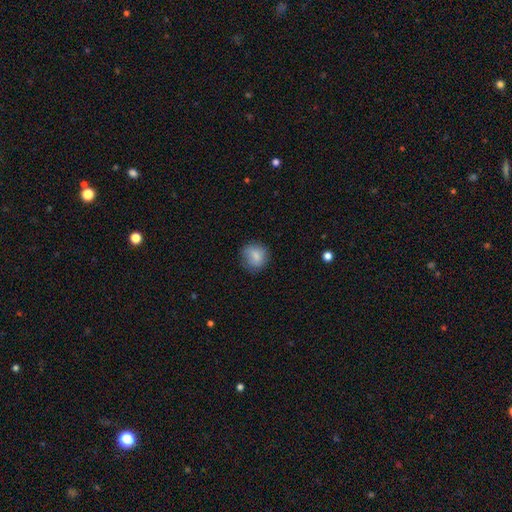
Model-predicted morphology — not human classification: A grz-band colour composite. It shows a smooth galaxy with no disk features (82%) that is round (81%). Merging: none (77%).